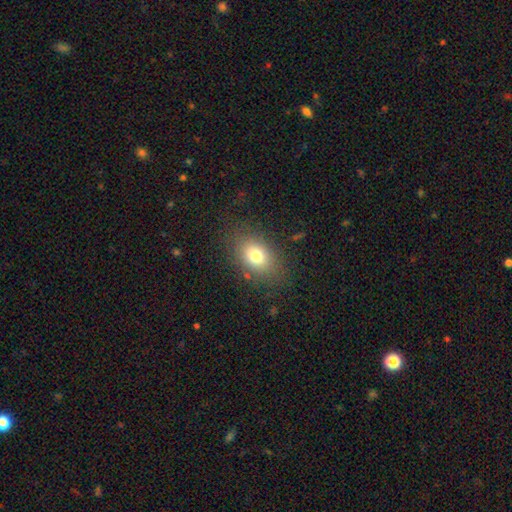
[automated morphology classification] A smooth galaxy with no disk features (75%) that is in between round and cigar-shaped (74%). Merging: none (80%).